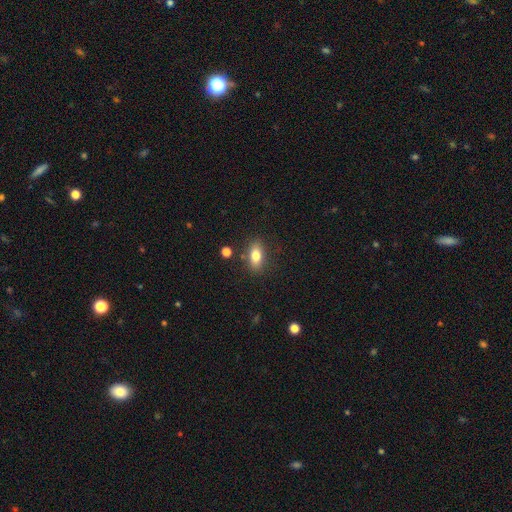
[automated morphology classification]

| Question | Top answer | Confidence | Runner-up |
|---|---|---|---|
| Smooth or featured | smooth | 79% | featured or disk (13%) |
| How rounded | in between | 84% | cigar-shaped (10%) |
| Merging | none | 82% | minor disturbance (11%) |